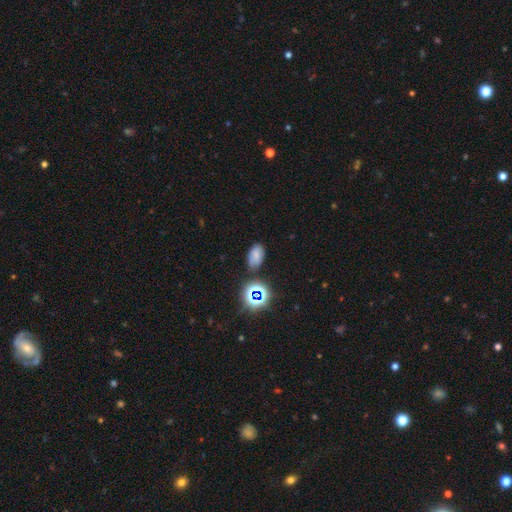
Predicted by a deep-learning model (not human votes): A smooth galaxy with no disk features (69%) that is in between round and cigar-shaped (90%). Merging: none (76%).